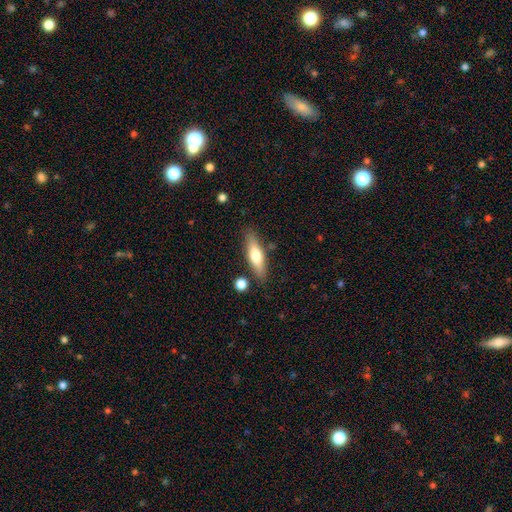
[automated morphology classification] The model was most divided on "how rounded": cigar-shaped: 59%, in between: 39%, round: 2%. More confident: merging — none (82%); smooth or featured — smooth (63%).